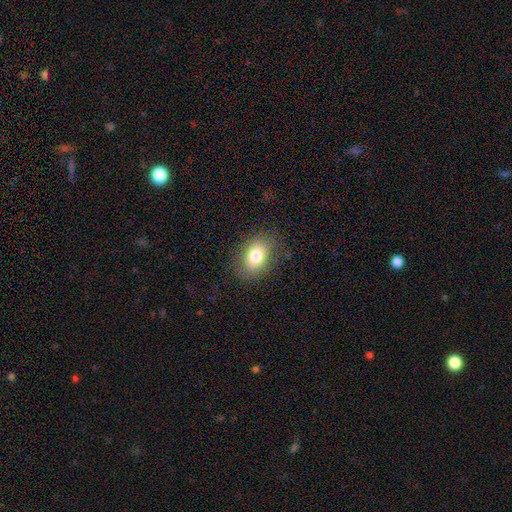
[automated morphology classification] type=smooth (77%); roundness=in between (78%); merging=none (81%).